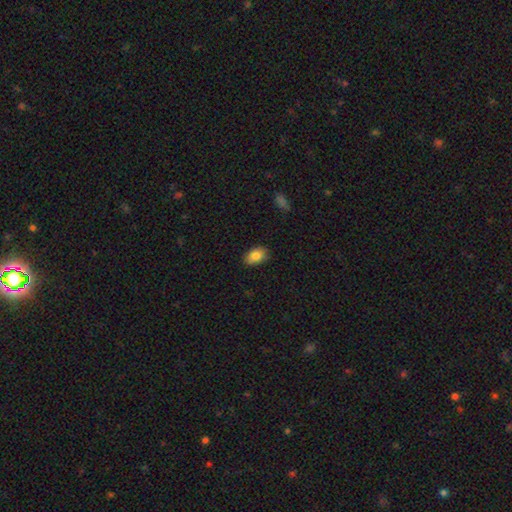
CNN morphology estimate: The model was most divided on "merging": none: 84%, minor disturbance: 13%, major disturbance: 2%, merger: 1%. More confident: how rounded — in between (86%); smooth or featured — smooth (84%).